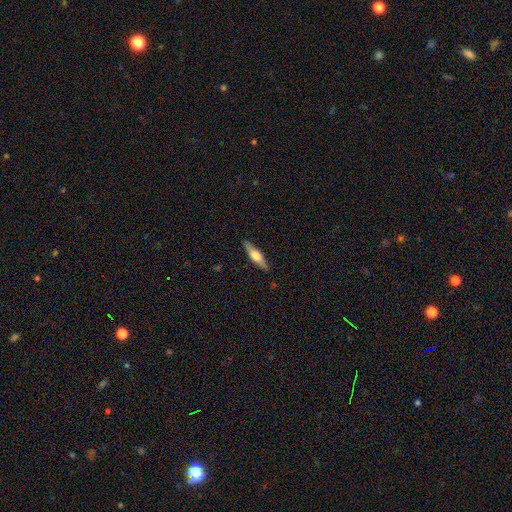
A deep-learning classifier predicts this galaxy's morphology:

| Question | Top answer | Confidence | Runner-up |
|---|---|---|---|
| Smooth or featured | featured or disk | 50% | smooth (44%) |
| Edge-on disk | yes | 93% | no (7%) |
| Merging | none | 87% | minor disturbance (10%) |